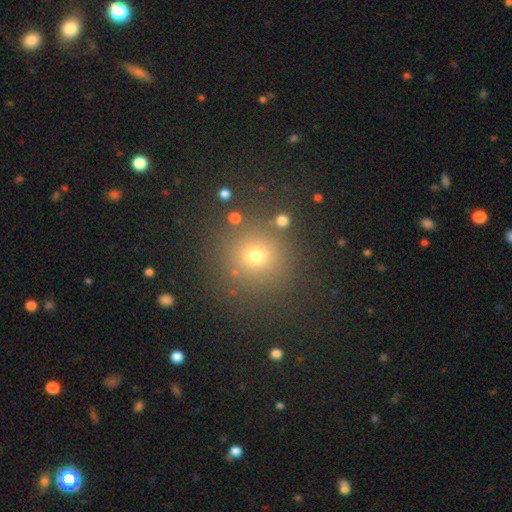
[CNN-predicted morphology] Smooth or featured?
  - smooth: 69% *
  - star or artifact: 24%
  - featured or disk: 8%
How rounded?
  - round: 92% *
  - in between: 7%
  - cigar-shaped: 1%
Merging?
  - none: 85% *
  - minor disturbance: 8%
  - merger: 4%
  - major disturbance: 4%